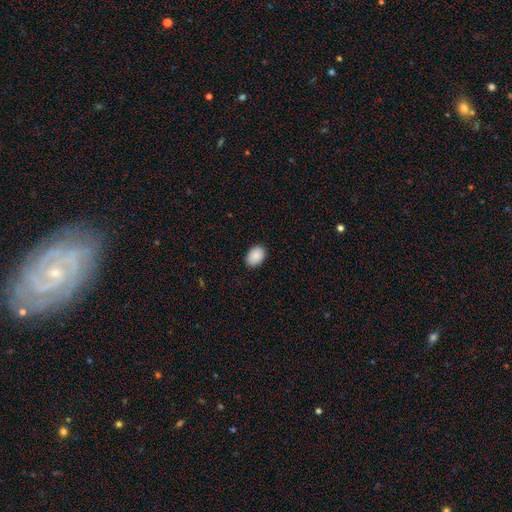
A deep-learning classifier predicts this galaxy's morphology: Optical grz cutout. It shows a smooth galaxy with no disk features (90%) that is in between round and cigar-shaped (85%). Merging: none (88%).